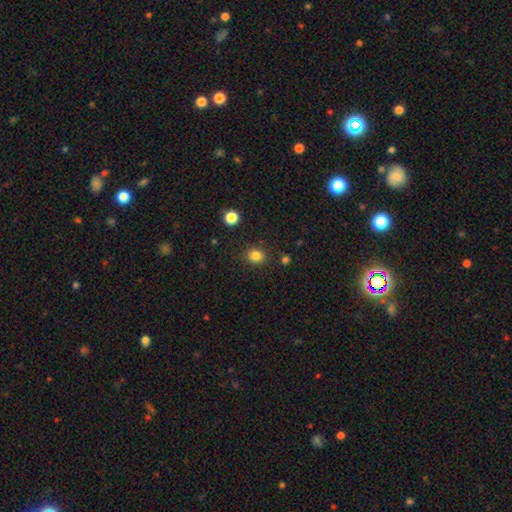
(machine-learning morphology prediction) This is clearly a smooth galaxy (83%). How rounded: likely round (78%). Merging: clearly none (86%).